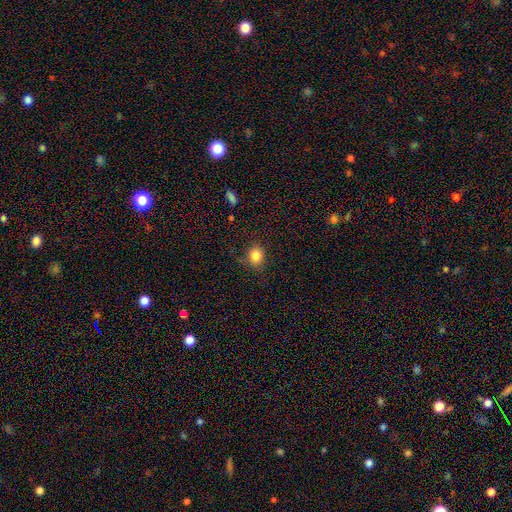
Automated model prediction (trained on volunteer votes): Q: Smooth or featured?
A: smooth (83%); runner-up: star or artifact (11%)
Q: How rounded?
A: round (65%); runner-up: in between (34%)
Q: Merging?
A: none (79%); runner-up: minor disturbance (14%)